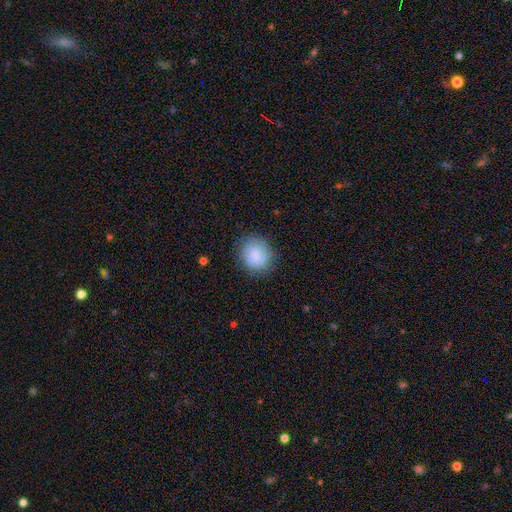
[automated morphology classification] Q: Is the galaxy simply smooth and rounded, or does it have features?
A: smooth — 74%.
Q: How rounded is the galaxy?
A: round — 78%.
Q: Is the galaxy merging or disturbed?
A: none — 77%.